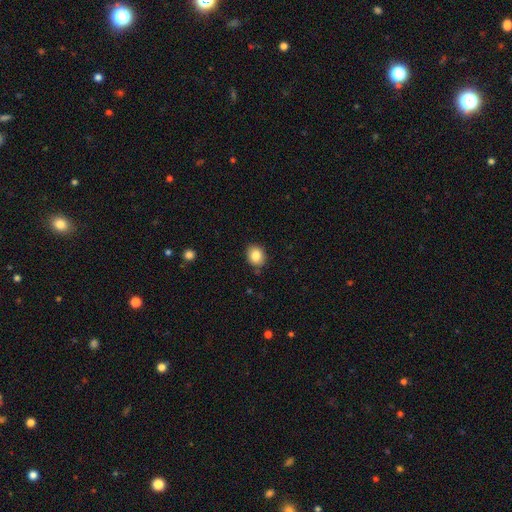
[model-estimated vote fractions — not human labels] A smooth galaxy with no disk features (84%) that is round (57%). Merging: none (86%).